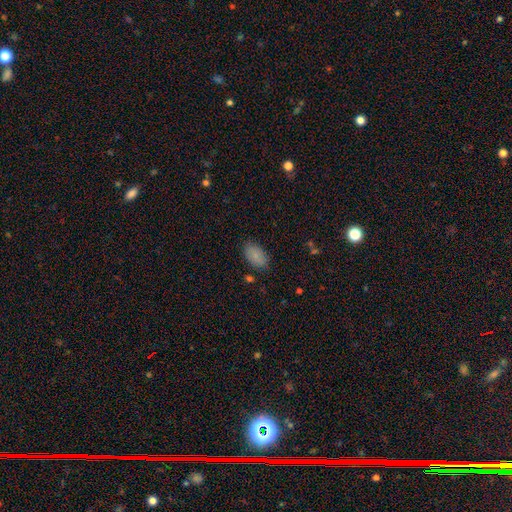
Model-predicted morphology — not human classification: Smooth or featured? Predicted: smooth (p=0.85). How rounded? Predicted: in between (p=0.93). Merging? Predicted: none (p=0.83).